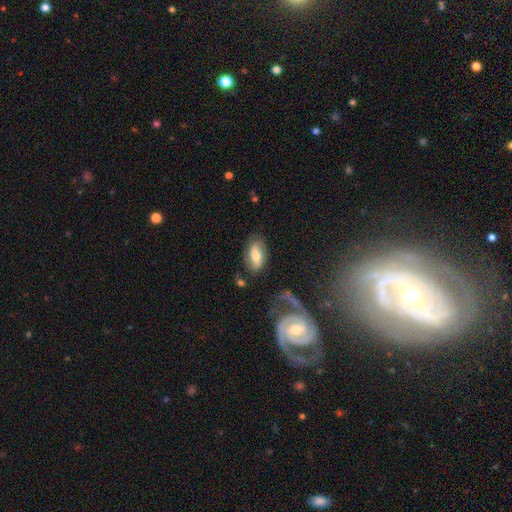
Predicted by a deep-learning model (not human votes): A smooth galaxy with no disk features (64%) that is in between round and cigar-shaped (90%).

Vote fractions:
- Smooth or featured? smooth: 64% / featured or disk: 29% / star or artifact: 7%
- How rounded? in between: 90% / cigar-shaped: 6% / round: 4%
- Merging? none: 70% / minor disturbance: 18% / major disturbance: 7% / merger: 5%